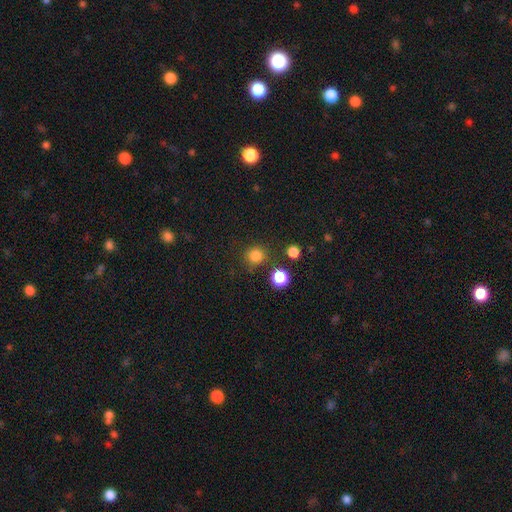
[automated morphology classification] smooth 81%, star or artifact 14%, featured or disk 4%. Down the decision tree: how rounded — round (91%); merging — none (82%).